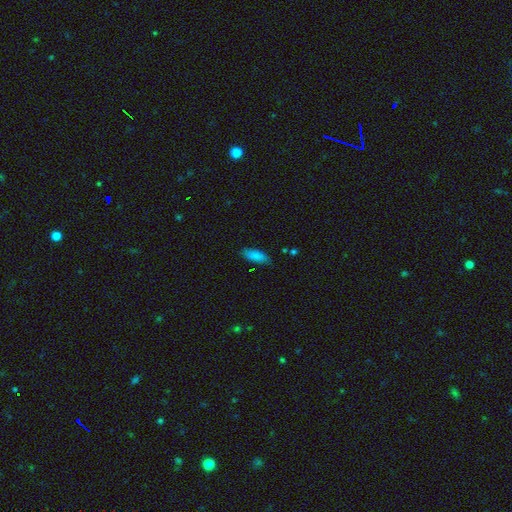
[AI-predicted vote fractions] Morphology: type=smooth (86%); roundness=in between (72%); merging=none (81%).